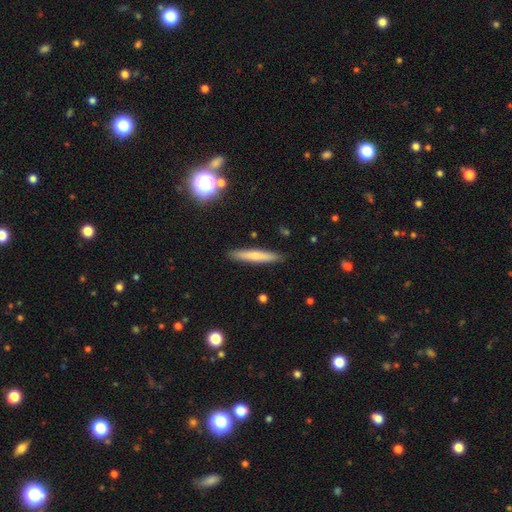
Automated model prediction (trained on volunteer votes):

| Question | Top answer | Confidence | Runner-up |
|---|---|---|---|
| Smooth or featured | smooth | 67% | featured or disk (25%) |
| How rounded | cigar-shaped | 94% | in between (5%) |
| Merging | none | 90% | minor disturbance (7%) |